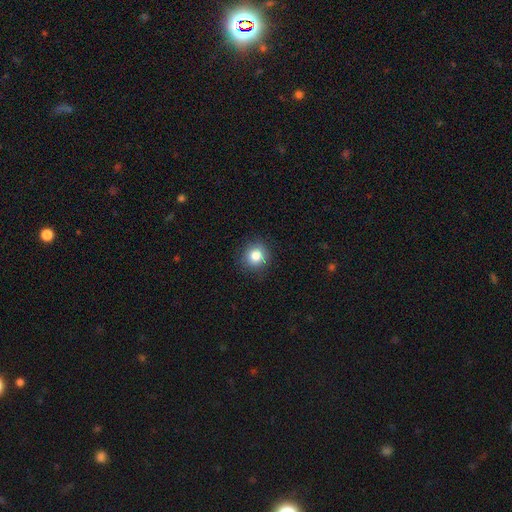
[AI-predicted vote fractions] A smooth galaxy with no disk features (83%) that is round (90%). Merging: none (89%).